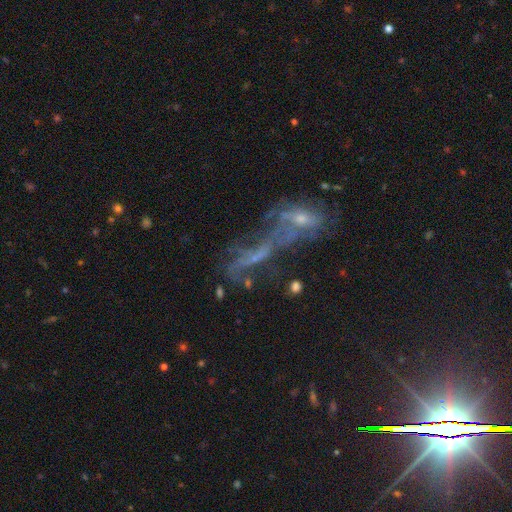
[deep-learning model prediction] featured or disk 51%, star or artifact 26%, smooth 23%. Down the decision tree: edge-on disk — no (83%); merging — merger (53%).